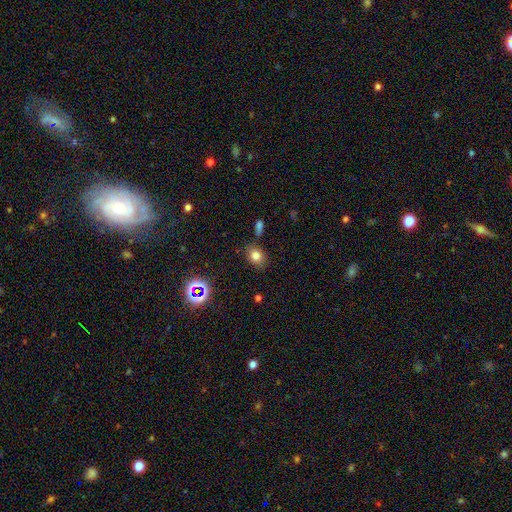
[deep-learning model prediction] The model was most divided on "how rounded": in between: 51%, round: 47%, cigar-shaped: 1%. More confident: merging — none (77%); smooth or featured — smooth (77%).